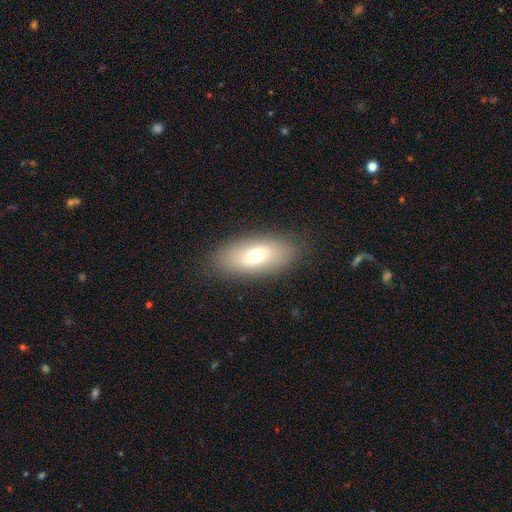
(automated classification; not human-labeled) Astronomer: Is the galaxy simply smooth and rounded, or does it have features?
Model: smooth — 68%.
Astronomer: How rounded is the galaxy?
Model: in between — 86%.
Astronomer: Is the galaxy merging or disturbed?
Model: none — 86%.